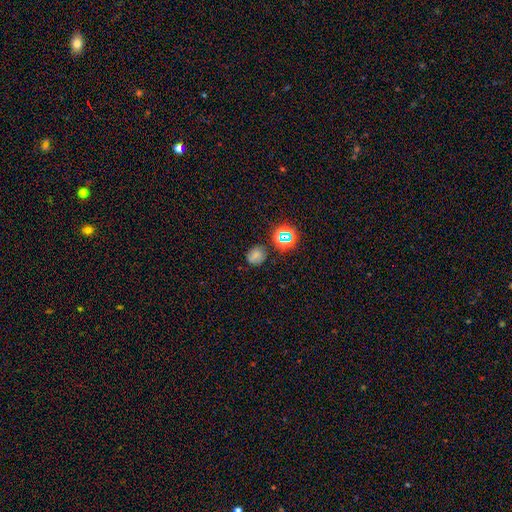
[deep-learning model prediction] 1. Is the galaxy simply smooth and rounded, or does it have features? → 63% smooth, 26% star or artifact, 11% featured or disk.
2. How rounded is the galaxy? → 72% round, 27% in between, 1% cigar-shaped.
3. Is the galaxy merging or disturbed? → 74% none, 16% minor disturbance, 5% major disturbance, 5% merger.